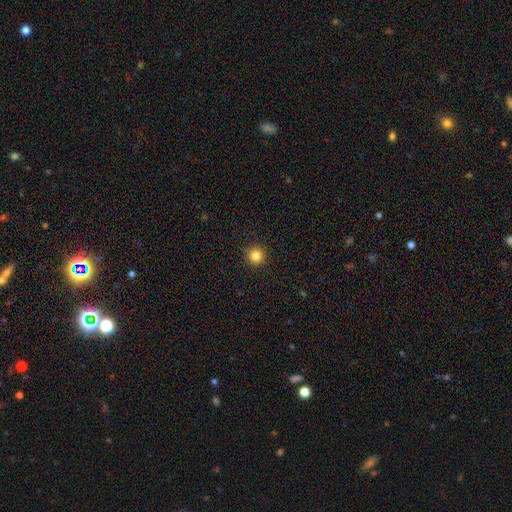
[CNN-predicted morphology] Smooth or featured?
  - smooth: 84% *
  - star or artifact: 12%
  - featured or disk: 5%
How rounded?
  - round: 95% *
  - in between: 4%
  - cigar-shaped: 1%
Merging?
  - none: 92% *
  - minor disturbance: 5%
  - major disturbance: 2%
  - merger: 1%